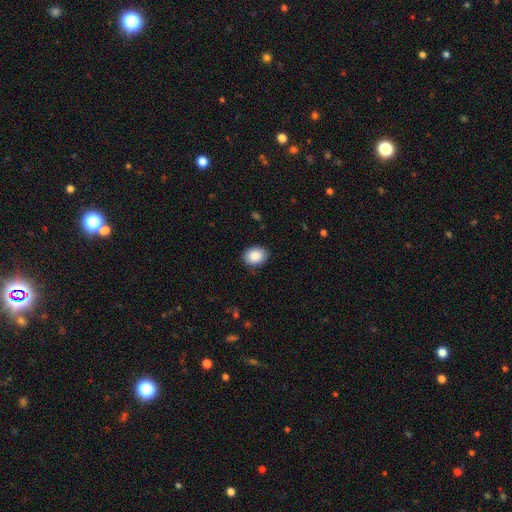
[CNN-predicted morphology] Overall: smooth (88%). How rounded: in between (60%; round 39%). Merging: none (88%).